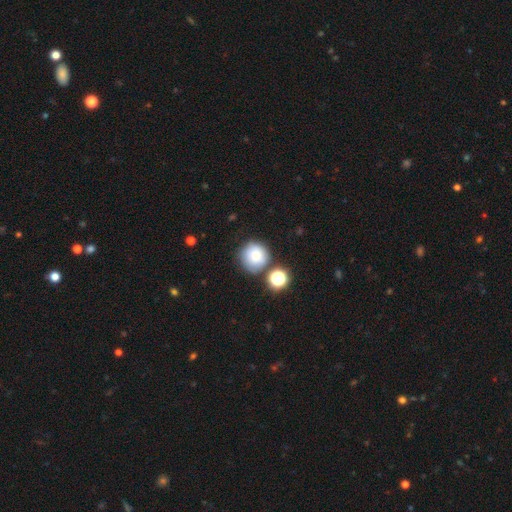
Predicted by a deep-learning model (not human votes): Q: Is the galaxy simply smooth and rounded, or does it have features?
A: smooth — 76%.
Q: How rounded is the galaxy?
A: round — 94%.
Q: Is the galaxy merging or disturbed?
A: none — 70%.